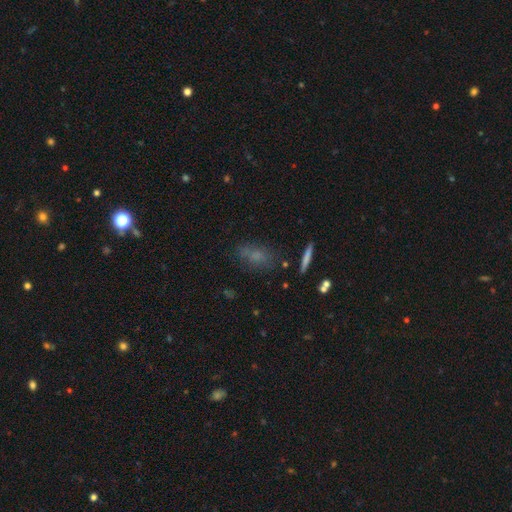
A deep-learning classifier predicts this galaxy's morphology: Smooth or featured?
  - smooth: 64% *
  - featured or disk: 19%
  - star or artifact: 17%
How rounded?
  - in between: 71% *
  - cigar-shaped: 16%
  - round: 13%
Merging?
  - none: 69% *
  - minor disturbance: 18%
  - major disturbance: 7%
  - merger: 6%